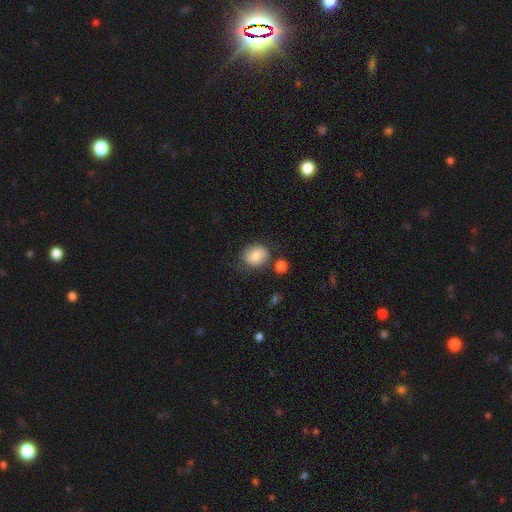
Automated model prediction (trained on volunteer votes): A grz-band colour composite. It shows a smooth galaxy with no disk features (78%) that is round (68%). Merging: none (73%).